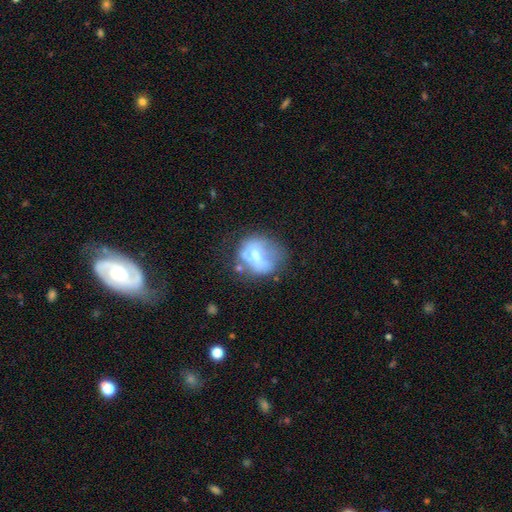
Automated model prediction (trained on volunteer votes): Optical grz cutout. It shows a featured or disk galaxy (46%). Merging: none (37%).